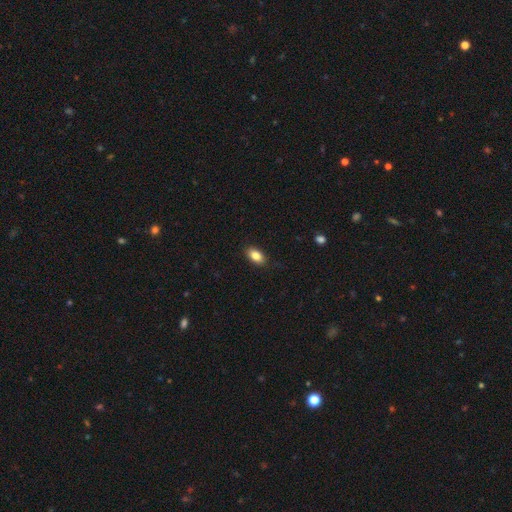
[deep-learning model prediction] Smooth or featured: smooth — 85% (star or artifact — 8%)
How rounded: in between — 90% (round — 8%)
Merging: none — 87% (minor disturbance — 10%)